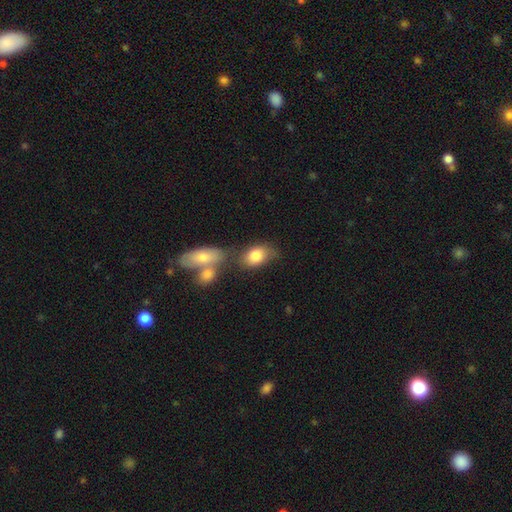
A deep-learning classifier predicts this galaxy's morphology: Overall: smooth (81%). How rounded: in between (81%). Merging: none (52%; merger 24%).